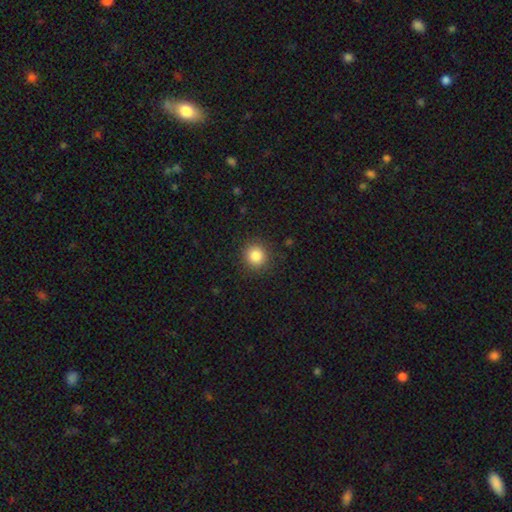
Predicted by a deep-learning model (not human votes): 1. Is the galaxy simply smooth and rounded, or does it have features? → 85% smooth, 11% star or artifact, 5% featured or disk.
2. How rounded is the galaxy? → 91% round, 8% in between, 1% cigar-shaped.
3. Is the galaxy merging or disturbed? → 89% none, 7% minor disturbance, 2% major disturbance, 1% merger.